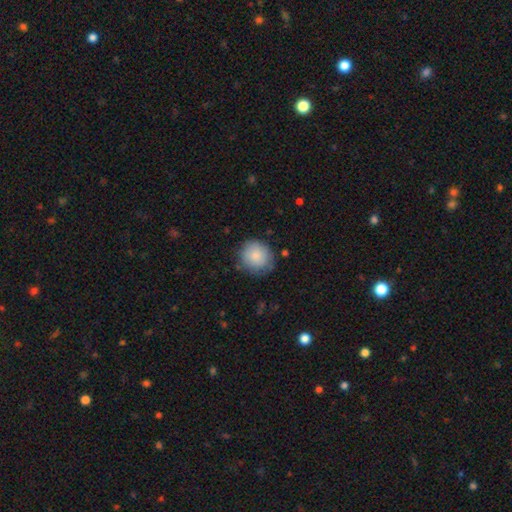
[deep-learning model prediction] smooth_or_featured: smooth (p=0.85) [alt: featured or disk p=0.08]
how_rounded: round (p=0.88) [alt: in between p=0.11]
merging: none (p=0.77) [alt: minor disturbance p=0.17]